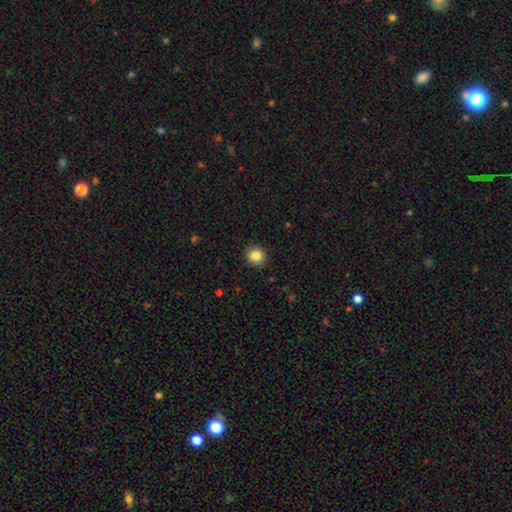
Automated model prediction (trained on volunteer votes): The model was most divided on "smooth or featured": smooth: 85%, star or artifact: 10%, featured or disk: 5%. More confident: merging — none (92%); how rounded — round (91%).